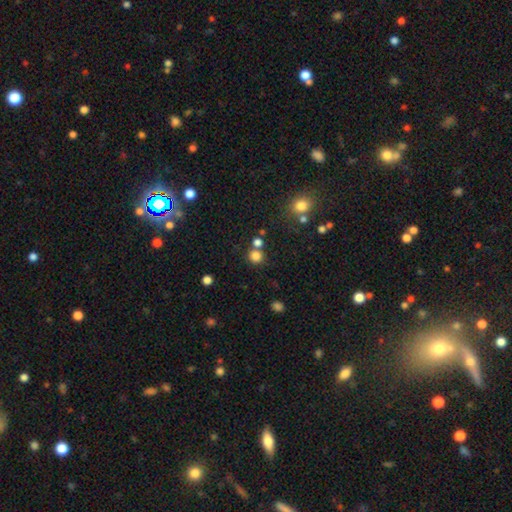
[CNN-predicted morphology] A smooth galaxy with no disk features (80%) that is round (89%). Merging: none (71%).